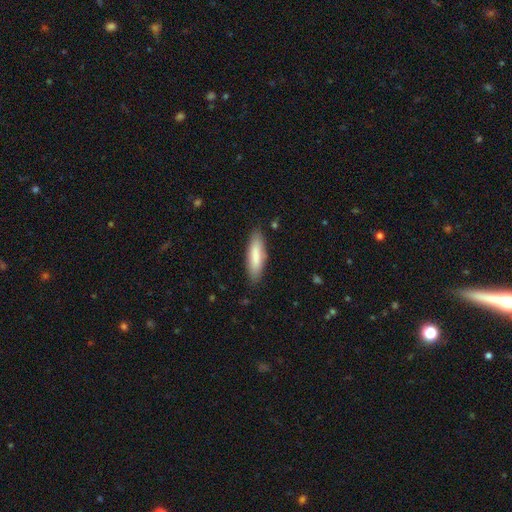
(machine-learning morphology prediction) Overall: smooth (83%). How rounded: cigar-shaped (58%; in between 40%). Merging: none (85%).